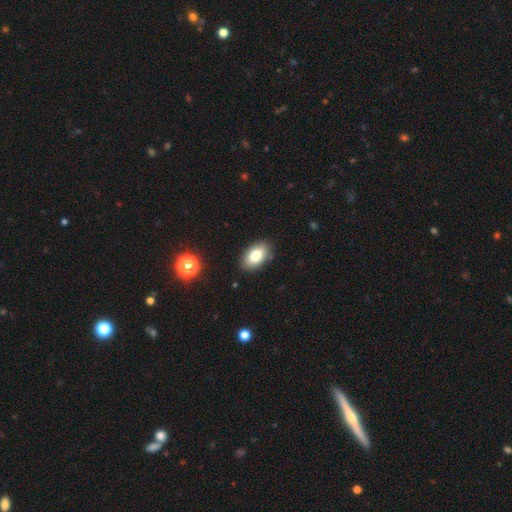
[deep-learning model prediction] This appears to be a smooth galaxy with no disk features (81%) that is in between round and cigar-shaped (92%). Merging: none (86%).